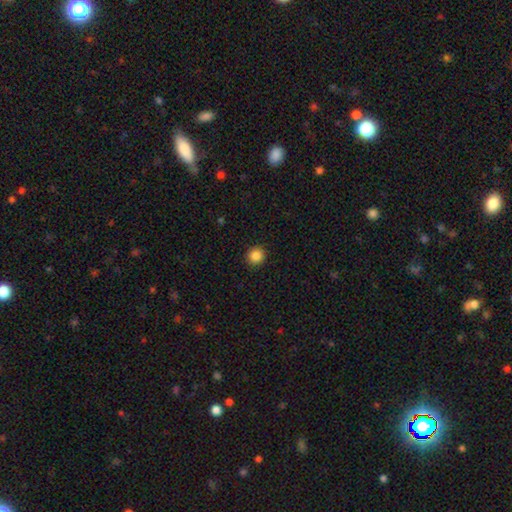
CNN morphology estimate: Smooth or featured: smooth — 86% (star or artifact — 11%)
How rounded: round — 93% (in between — 6%)
Merging: none — 92% (minor disturbance — 5%)